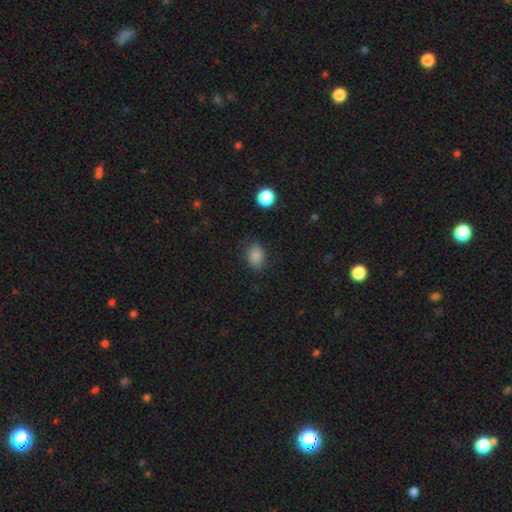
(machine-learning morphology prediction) Smooth or featured: smooth — 85% (star or artifact — 11%)
How rounded: in between — 65% (round — 34%)
Merging: none — 77% (minor disturbance — 16%)